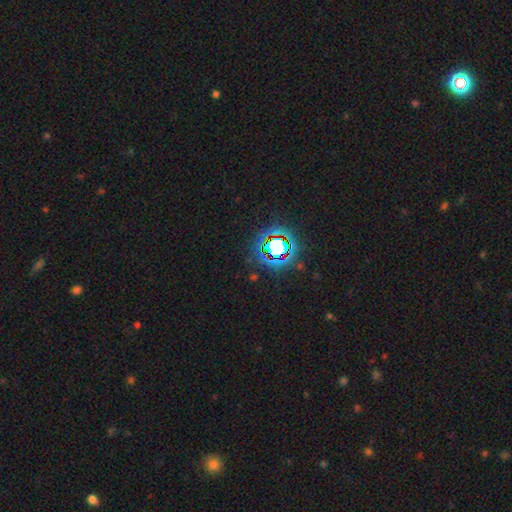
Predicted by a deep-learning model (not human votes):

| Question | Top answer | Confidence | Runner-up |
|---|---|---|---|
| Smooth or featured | star or artifact | 80% | smooth (12%) |